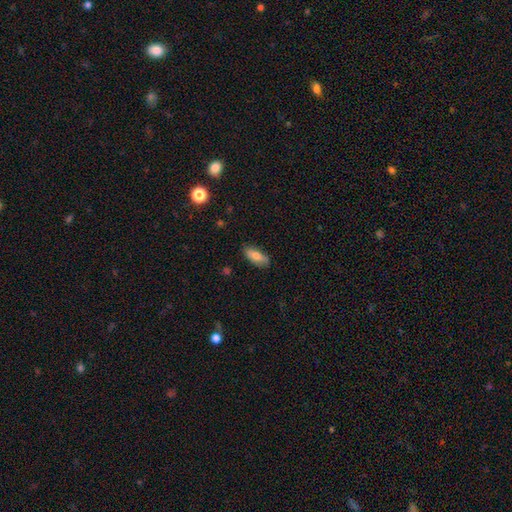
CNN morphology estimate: Smooth or featured? Predicted: smooth (p=0.75). How rounded? Predicted: in between (p=0.75). Merging? Predicted: none (p=0.83).